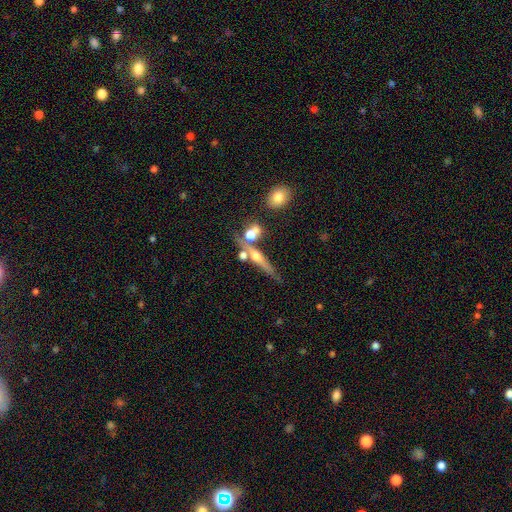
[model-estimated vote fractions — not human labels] The model was most divided on "smooth or featured": featured or disk: 58%, smooth: 30%, star or artifact: 12%. More confident: edge-on disk — yes (85%); merging — none (55%).